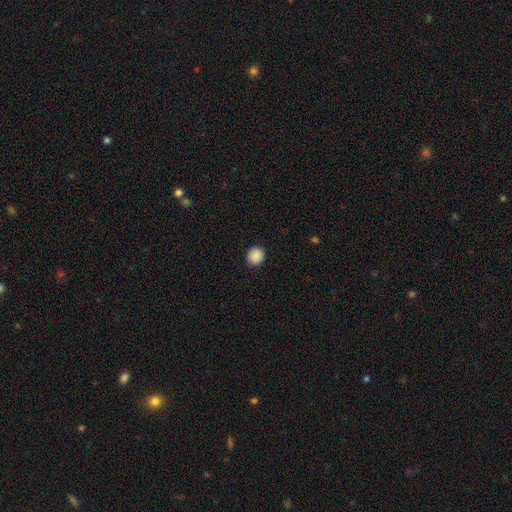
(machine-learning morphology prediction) The model was most divided on "smooth or featured": smooth: 89%, star or artifact: 8%, featured or disk: 2%. More confident: how rounded — round (93%); merging — none (92%).